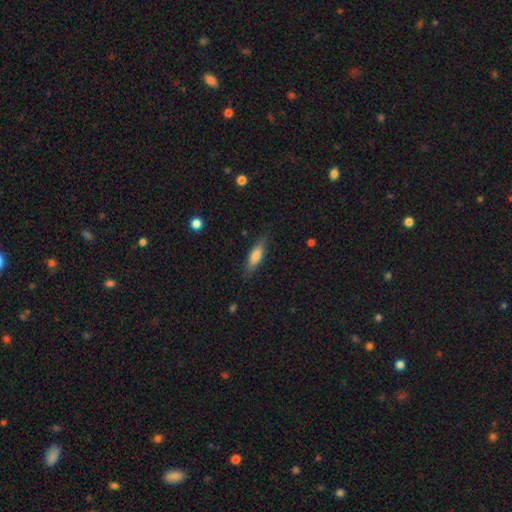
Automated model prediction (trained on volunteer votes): Morphology: type=smooth (74%); roundness=cigar-shaped (54%); merging=none (82%).